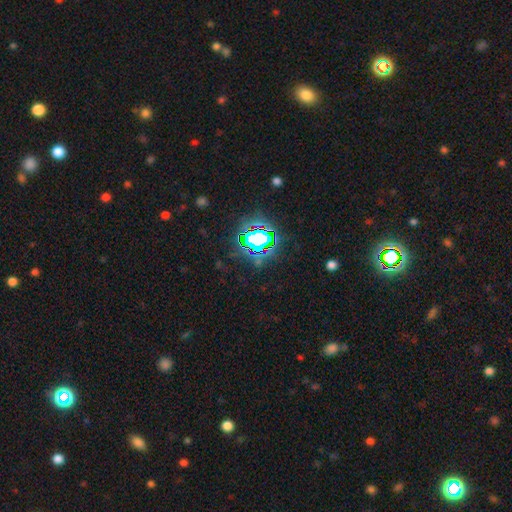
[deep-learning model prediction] Q: Smooth or featured?
A: star or artifact (80%); runner-up: smooth (12%)